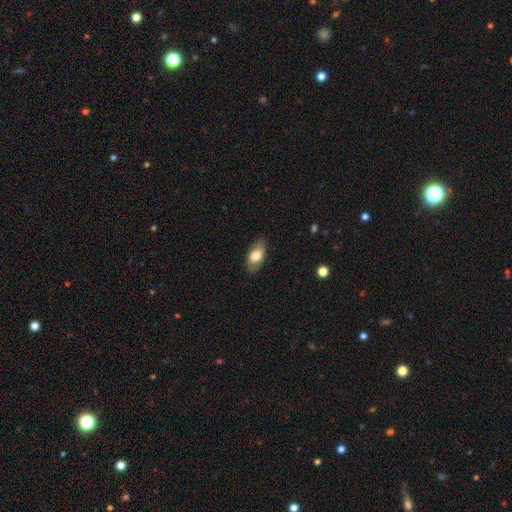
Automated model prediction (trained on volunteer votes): smooth_or_featured: smooth (p=0.72) [alt: featured or disk p=0.22]
how_rounded: in between (p=0.91) [alt: round p=0.05]
merging: none (p=0.79) [alt: minor disturbance p=0.16]